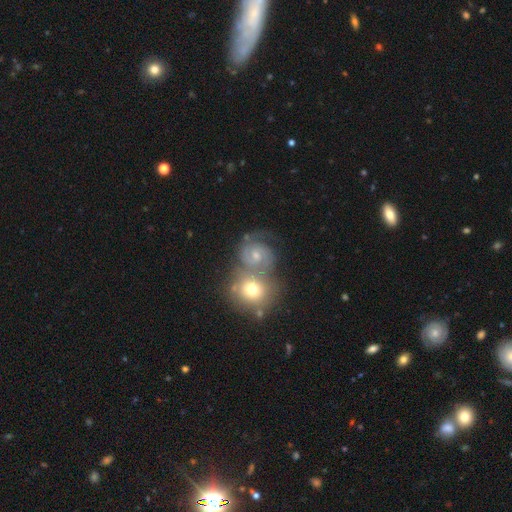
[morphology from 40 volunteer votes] featured or disk 88%, smooth 10%, star or artifact 2%. Down the decision tree: edge-on disk — no (100%); bar — no (60%); spiral arms — yes (97%); spiral arm count — 2 (85%); spiral winding — tight (53%); bulge size — small (51%); merging — merger (38%).